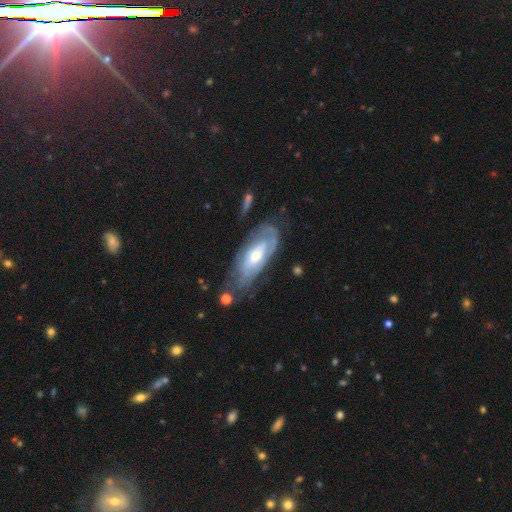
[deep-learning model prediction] This is likely a featured or disk galaxy (73%). It is clearly not viewed edge-on (88%). Bar: likely no (61%). Spiral arm pattern: likely yes (74%). Central bulge: possibly moderate (53%). Merging: possibly none (58%).